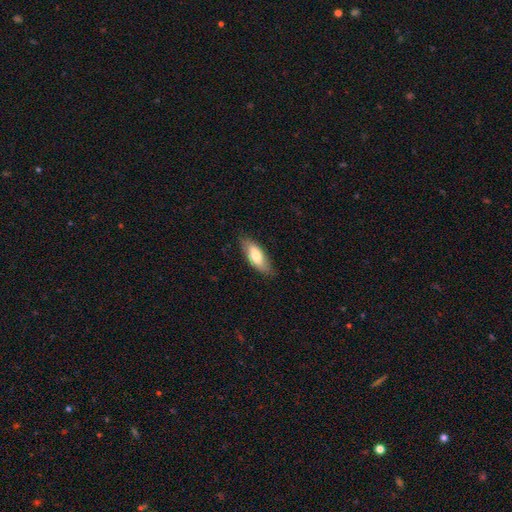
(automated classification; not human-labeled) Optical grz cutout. It shows a smooth galaxy with no disk features (74%) that is in between round and cigar-shaped (78%). Merging: none (81%).